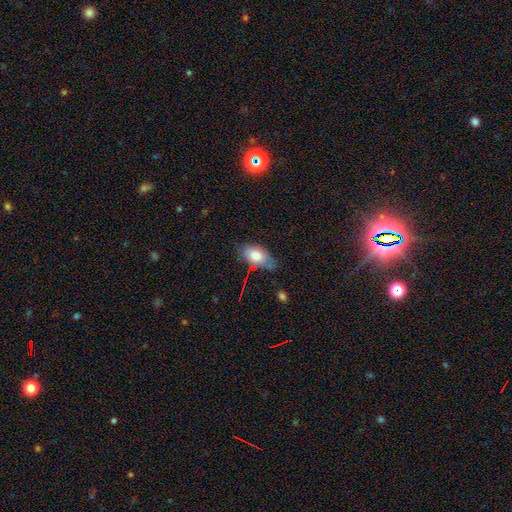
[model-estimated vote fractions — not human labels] smooth-or-featured: smooth: 79% | featured or disk: 13% | star or artifact: 7%
  how-rounded: in between: 91% | round: 5% | cigar-shaped: 4%
  merging: none: 63% | minor disturbance: 27% | major disturbance: 6% | merger: 4%